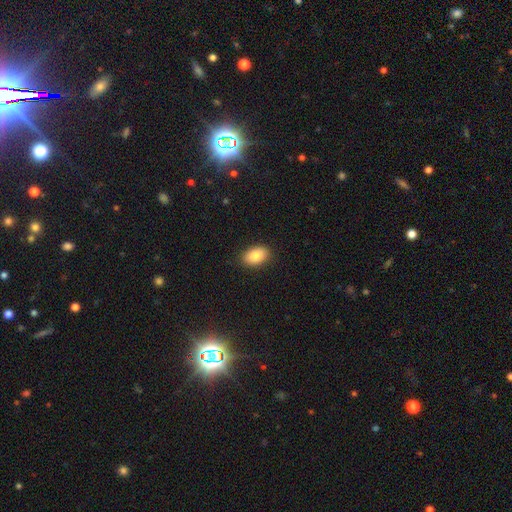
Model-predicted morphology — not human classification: Smooth or featured?
  - smooth: 86% *
  - star or artifact: 7%
  - featured or disk: 7%
How rounded?
  - in between: 89% *
  - round: 9%
  - cigar-shaped: 1%
Merging?
  - none: 88% *
  - minor disturbance: 9%
  - major disturbance: 2%
  - merger: 1%